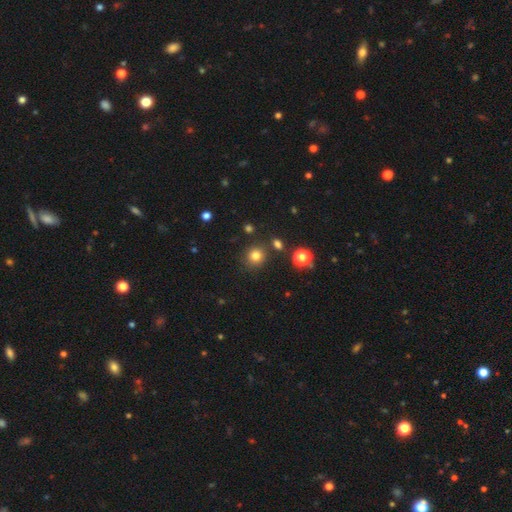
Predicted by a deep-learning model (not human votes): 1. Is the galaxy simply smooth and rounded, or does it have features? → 79% smooth, 15% star or artifact, 6% featured or disk.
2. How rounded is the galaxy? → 90% round, 9% in between, 1% cigar-shaped.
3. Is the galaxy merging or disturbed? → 84% none, 8% minor disturbance, 5% merger, 3% major disturbance.